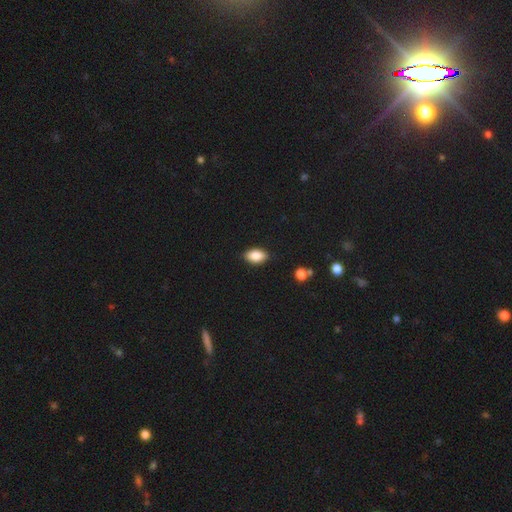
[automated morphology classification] type=smooth (86%); roundness=in between (92%); merging=none (87%).